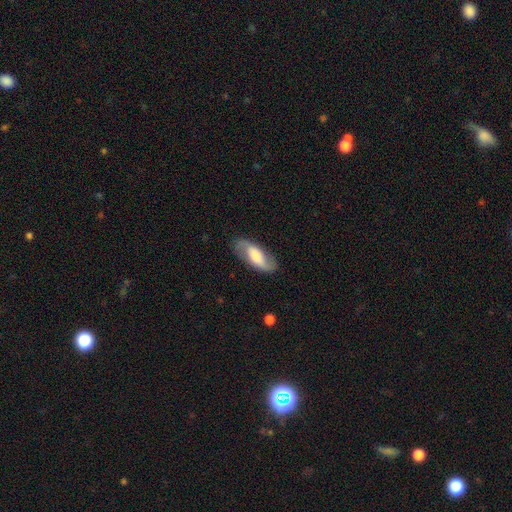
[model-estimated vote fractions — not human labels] This is likely a featured or disk galaxy (61%). It is clearly not viewed edge-on (89%). Bar: marginally weak (40%). Spiral arm pattern: clearly yes (89%). Central bulge: marginally moderate (43%). Merging: clearly none (81%).